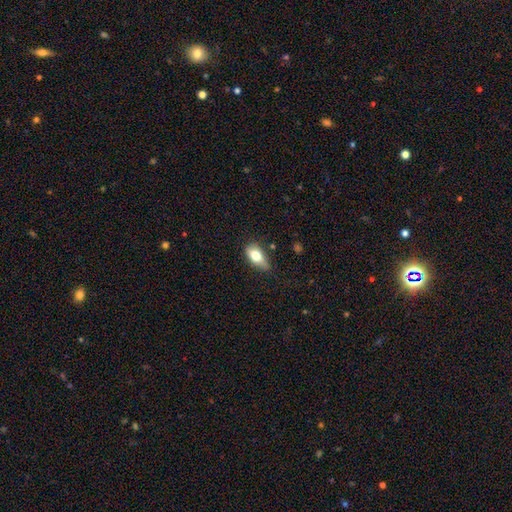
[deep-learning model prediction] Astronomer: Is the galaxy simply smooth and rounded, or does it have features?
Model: smooth — 73%.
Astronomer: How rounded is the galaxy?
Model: in between — 86%.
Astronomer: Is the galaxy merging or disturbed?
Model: none — 61%.